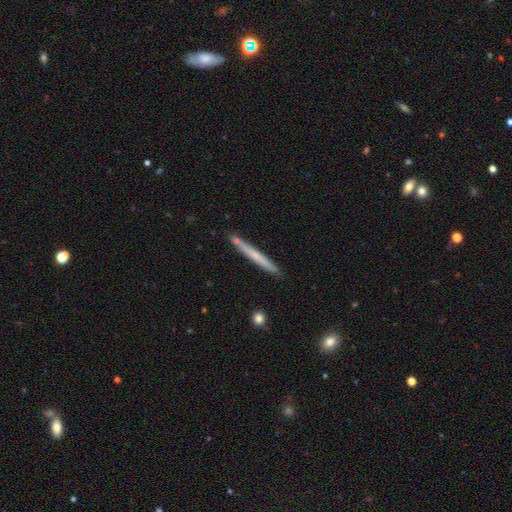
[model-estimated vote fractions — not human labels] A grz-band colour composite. It shows a smooth galaxy with no disk features (54%) that is cigar-shaped (97%). Merging: none (86%).